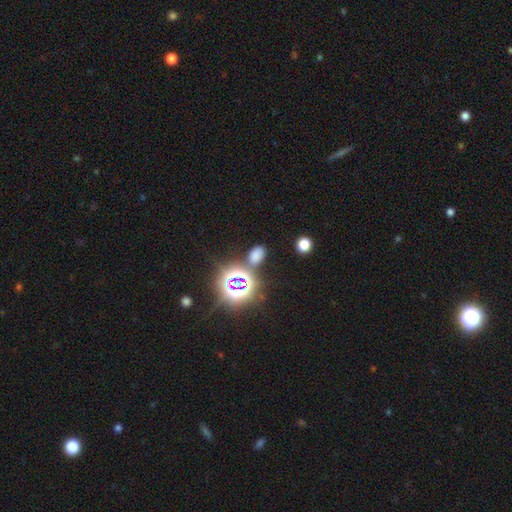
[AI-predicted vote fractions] The model was most divided on "smooth or featured": smooth: 62%, star or artifact: 32%, featured or disk: 6%. More confident: how rounded — in between (82%); merging — none (78%).